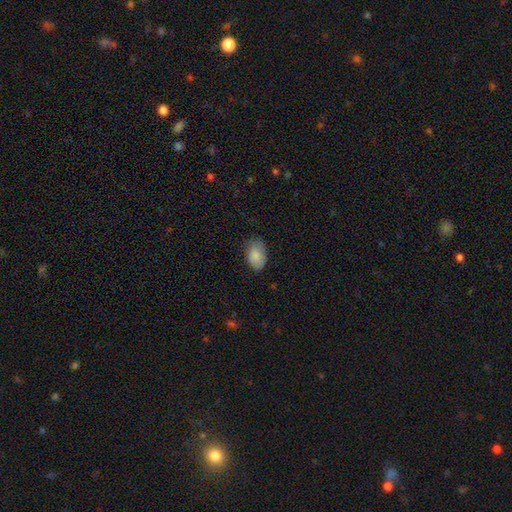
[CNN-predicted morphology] A smooth galaxy with no disk features (87%) that is in between round and cigar-shaped (89%). Merging: none (74%).